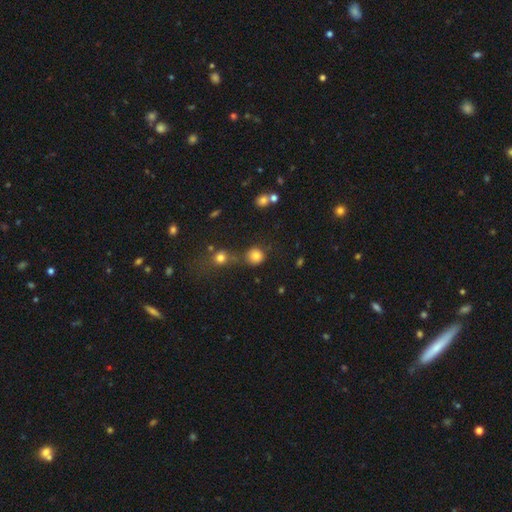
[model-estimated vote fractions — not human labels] Overall: smooth (82%). How rounded: round (89%). Merging: none (66%).